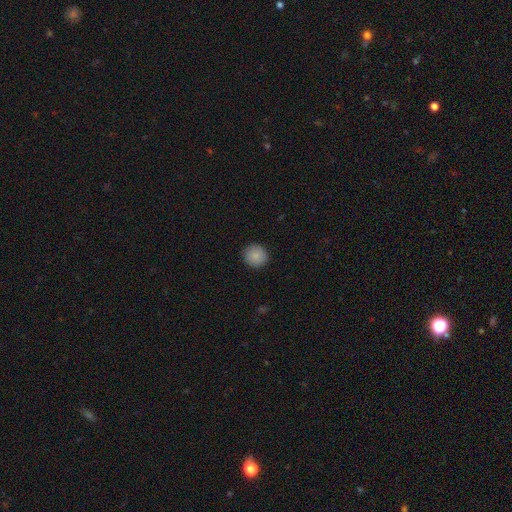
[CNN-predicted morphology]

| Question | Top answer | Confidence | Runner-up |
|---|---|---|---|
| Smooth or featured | smooth | 88% | star or artifact (8%) |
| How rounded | round | 93% | in between (6%) |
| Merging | none | 91% | minor disturbance (7%) |